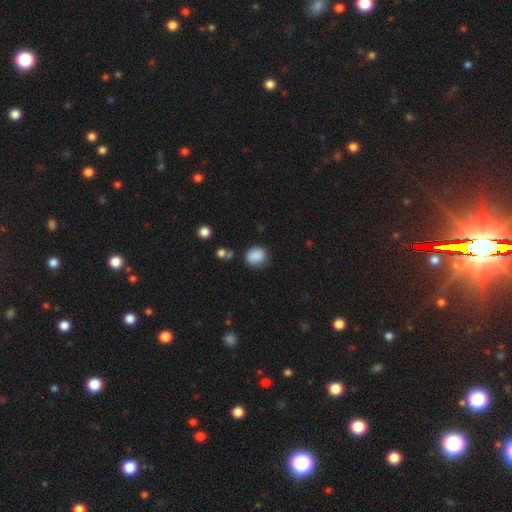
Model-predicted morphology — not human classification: Smooth or featured? Predicted: smooth (p=0.86). How rounded? Predicted: round (p=0.56). Merging? Predicted: none (p=0.71).